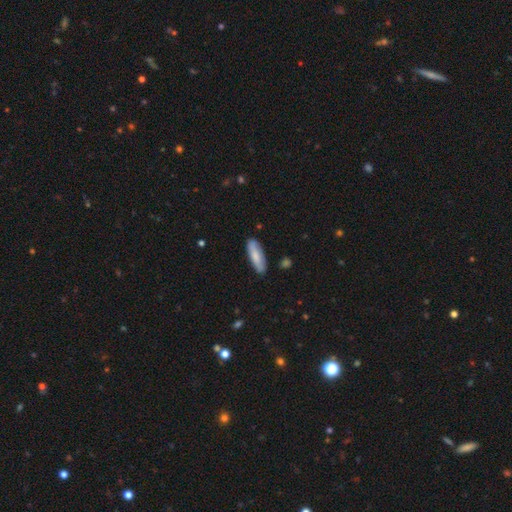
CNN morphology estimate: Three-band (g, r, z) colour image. It shows a smooth galaxy with no disk features (76%) that is cigar-shaped (50%). Merging: none (84%).